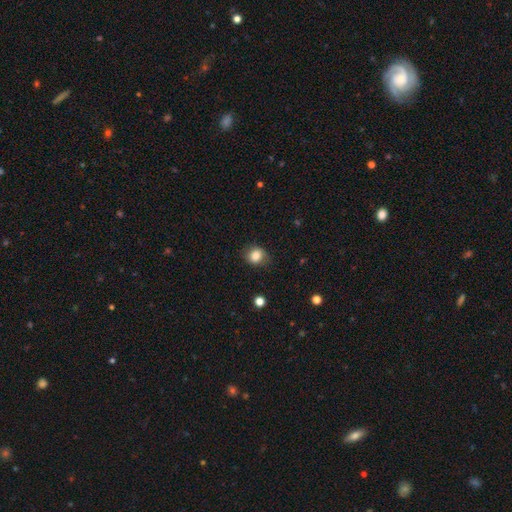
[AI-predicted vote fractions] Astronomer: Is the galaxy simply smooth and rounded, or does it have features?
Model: smooth — 83%.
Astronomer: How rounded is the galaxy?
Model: round — 69%.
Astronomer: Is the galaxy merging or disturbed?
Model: none — 79%.